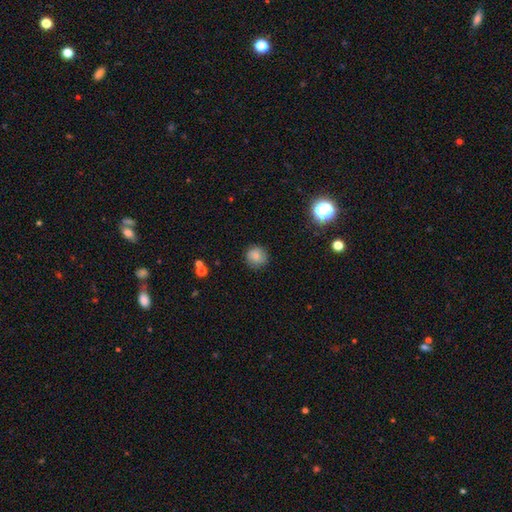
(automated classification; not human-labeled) Morphology: type=smooth (81%); roundness=round (91%); merging=none (85%).